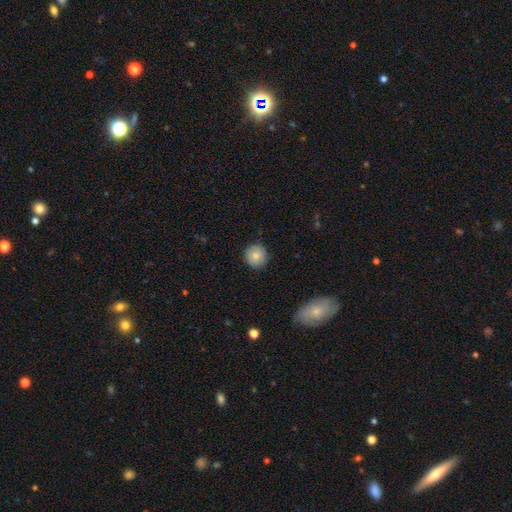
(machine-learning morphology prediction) smooth-or-featured: smooth: 80% | featured or disk: 12% | star or artifact: 8%
  how-rounded: round: 93% | in between: 6% | cigar-shaped: 1%
  merging: none: 87% | minor disturbance: 10% | major disturbance: 2% | merger: 1%